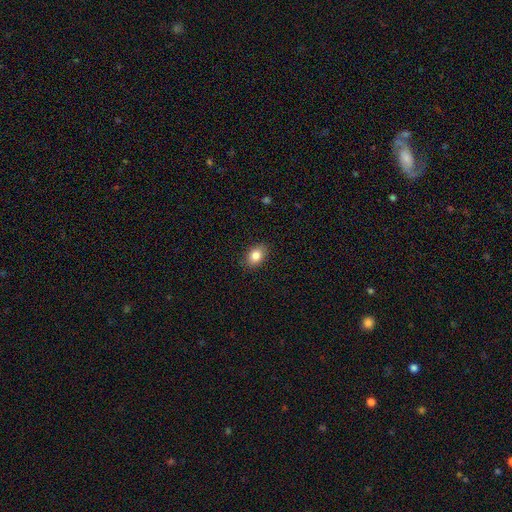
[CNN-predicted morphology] A smooth galaxy with no disk features (84%) that is in between round and cigar-shaped (77%). Merging: none (88%).